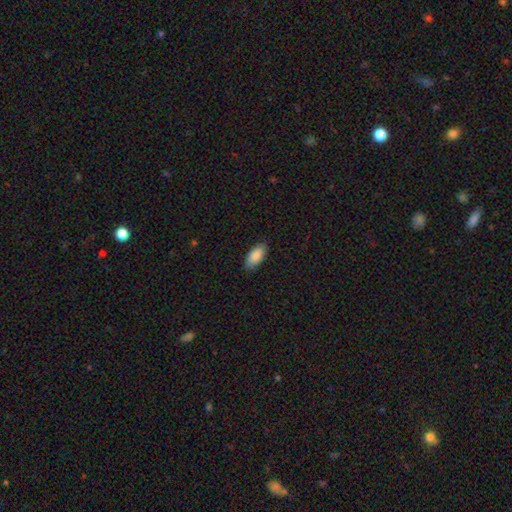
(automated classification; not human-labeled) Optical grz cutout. It shows a smooth galaxy with no disk features (89%) that is in between round and cigar-shaped (90%). Merging: none (85%).